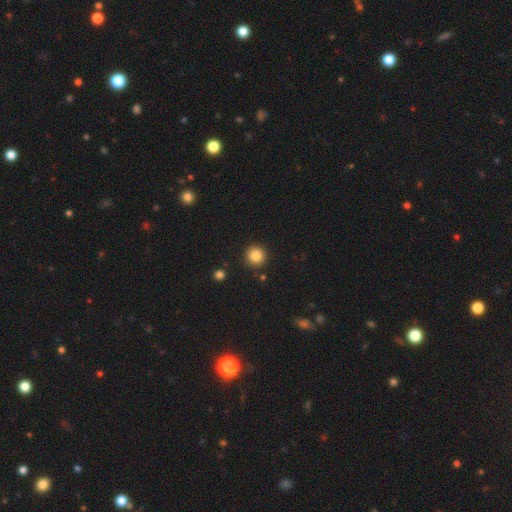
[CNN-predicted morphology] A smooth galaxy with no disk features (85%) that is round (94%). Merging: none (90%).